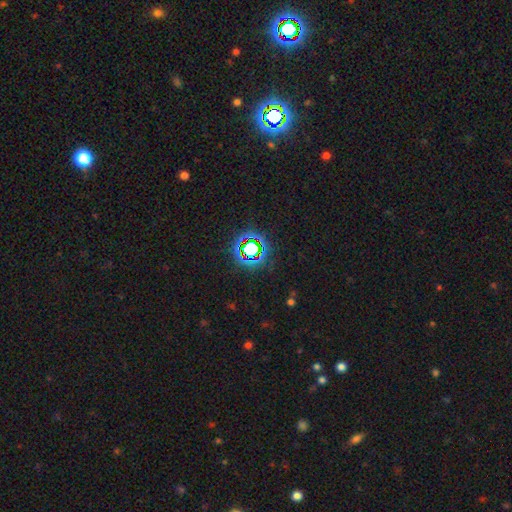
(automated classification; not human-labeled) smooth_or_featured: star or artifact (p=0.76) [alt: smooth p=0.15]